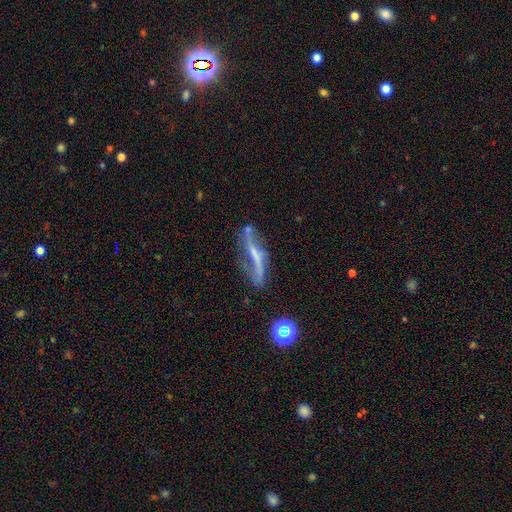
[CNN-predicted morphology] Smooth or featured?
  - featured or disk: 70% *
  - smooth: 19%
  - star or artifact: 11%
Edge-on disk?
  - no: 62% *
  - yes: 38%
Merging?
  - none: 53% *
  - minor disturbance: 23%
  - major disturbance: 16%
  - merger: 7%